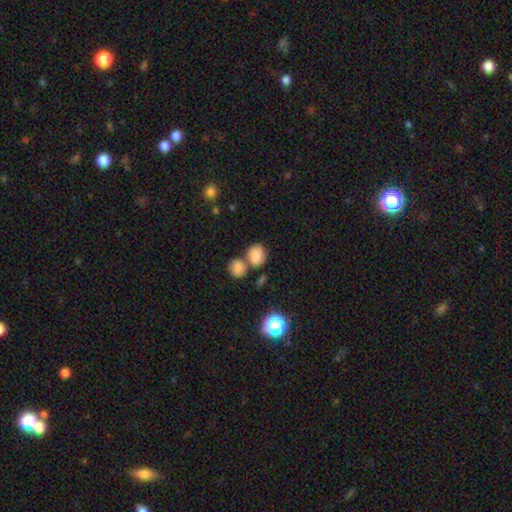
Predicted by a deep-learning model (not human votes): This appears to be a smooth galaxy with no disk features (82%) that is round (59%). Merging: none (50%).